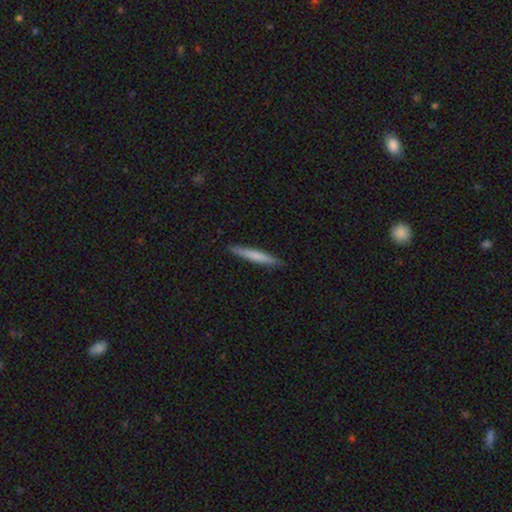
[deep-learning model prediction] This is likely a smooth galaxy (69%). How rounded: clearly cigar-shaped (96%). Merging: clearly none (90%).